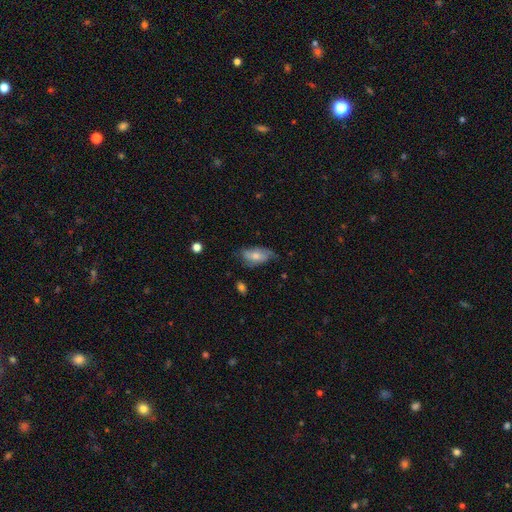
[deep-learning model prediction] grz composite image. It shows a smooth galaxy with no disk features (53%) that is in between round and cigar-shaped (89%). Merging: none (49%).